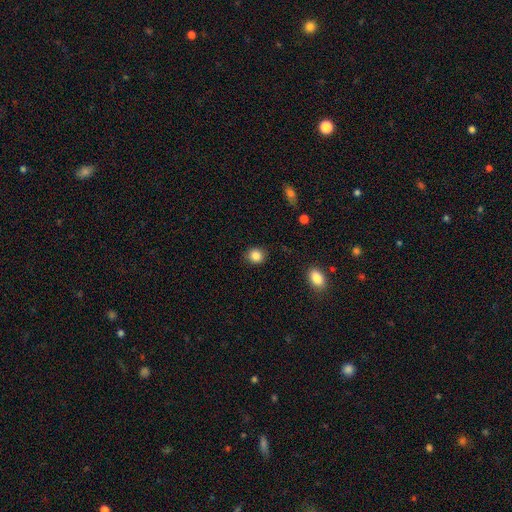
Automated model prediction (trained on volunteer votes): Smooth or featured: smooth — 86% (star or artifact — 10%)
How rounded: round — 79% (in between — 20%)
Merging: none — 87% (minor disturbance — 9%)